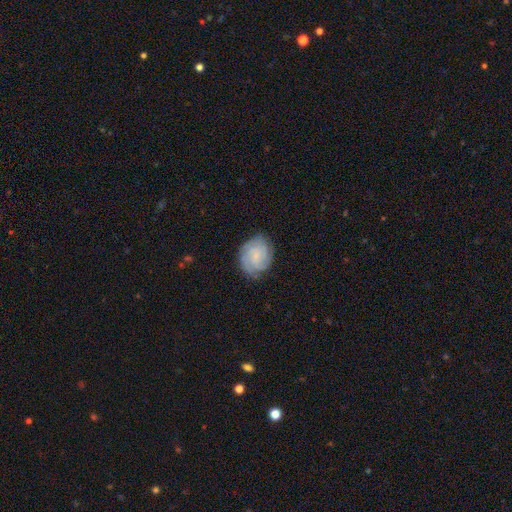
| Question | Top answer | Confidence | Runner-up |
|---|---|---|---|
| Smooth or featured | featured or disk | 81% | smooth (14%) |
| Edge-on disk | no | 93% | yes (7%) |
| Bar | no | 54% | weak (36%) |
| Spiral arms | yes | 96% | no (4%) |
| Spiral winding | tight | 85% | medium (11%) |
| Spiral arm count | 3 | 52% | can't tell (19%) |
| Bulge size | small | 64% | none (32%) |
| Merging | none | 80% | minor disturbance (11%) |